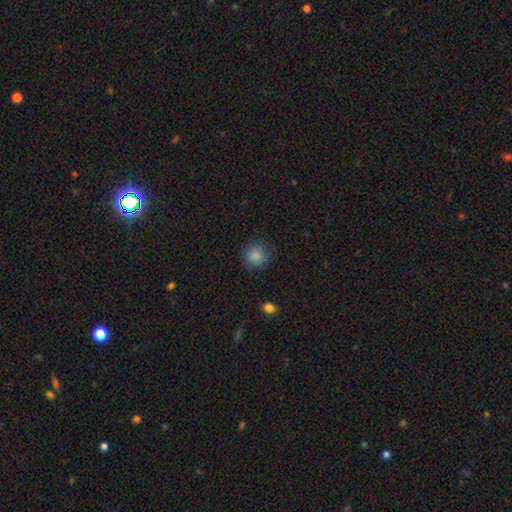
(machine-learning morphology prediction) A smooth galaxy with no disk features (85%) that is round (89%). Merging: none (86%).